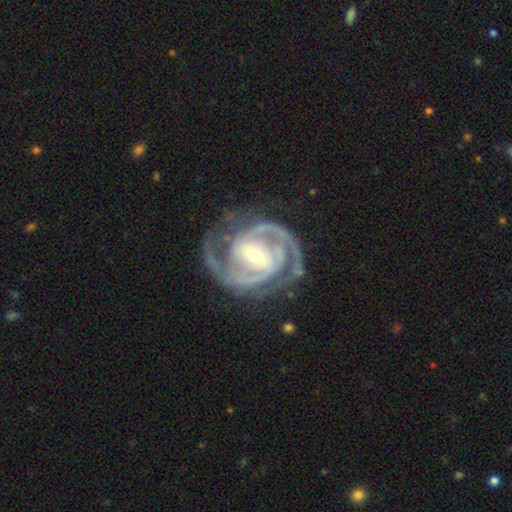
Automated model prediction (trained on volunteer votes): The model was most divided on "bar": strong: 41%, weak: 40%, no: 18%. More confident: spiral arms — yes (98%); edge-on disk — no (98%); smooth or featured — featured or disk (93%); spiral arm count — 2 (80%); merging — none (75%); spiral winding — tight (52%); bulge size — small (52%).